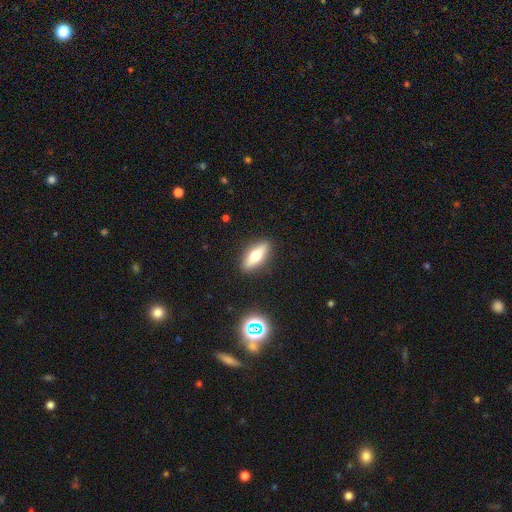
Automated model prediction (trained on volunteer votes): The model was most divided on "smooth or featured": smooth: 59%, featured or disk: 34%, star or artifact: 8%. More confident: merging — none (88%); how rounded — in between (62%).